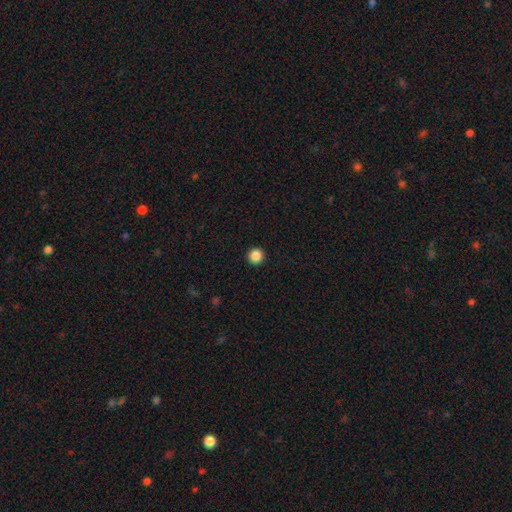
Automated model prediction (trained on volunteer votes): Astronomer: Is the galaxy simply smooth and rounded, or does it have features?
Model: smooth — 87%.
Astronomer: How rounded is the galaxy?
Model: round — 96%.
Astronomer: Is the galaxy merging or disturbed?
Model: none — 94%.